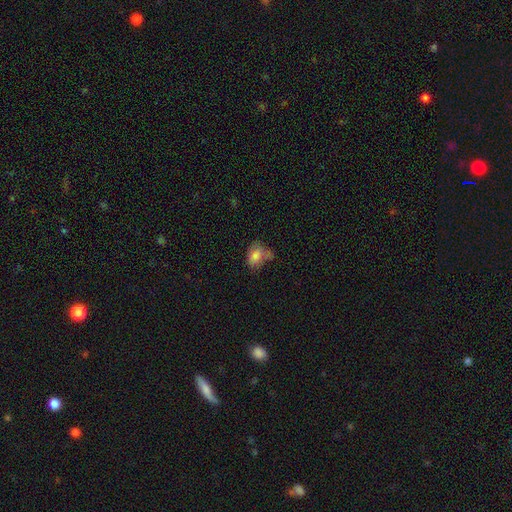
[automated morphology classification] A smooth galaxy with no disk features (76%) that is in between round and cigar-shaped (75%). Merging: none (40%).